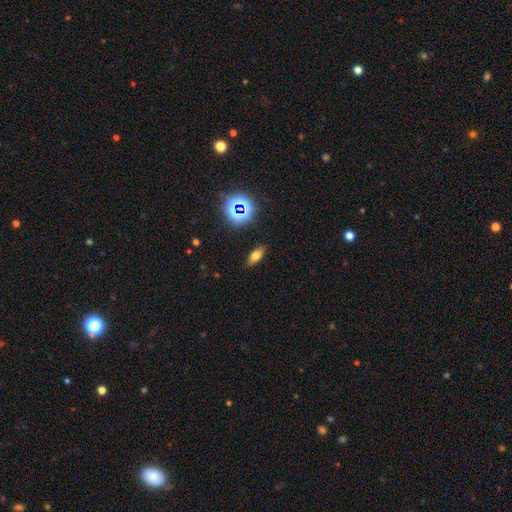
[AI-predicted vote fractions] Morphology: type=smooth (63%); roundness=in between (73%); merging=none (87%).